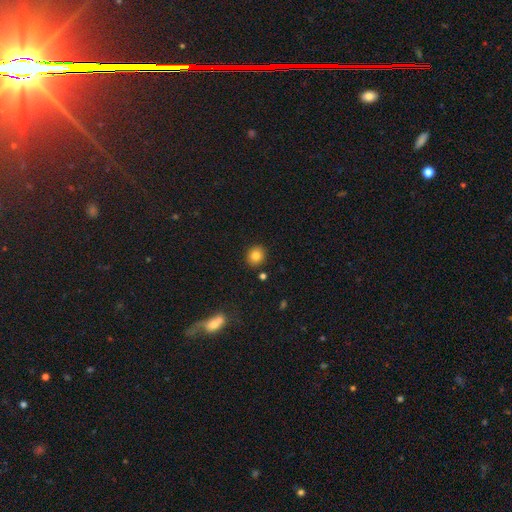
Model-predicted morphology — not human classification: type=smooth (82%); roundness=round (80%); merging=none (89%).